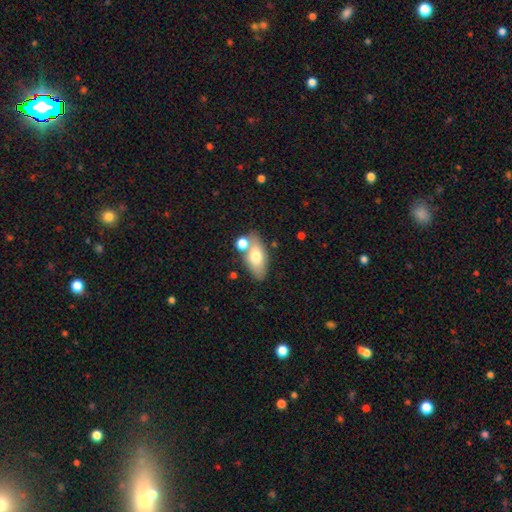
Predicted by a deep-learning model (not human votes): This appears to be a smooth galaxy with no disk features (70%) that is in between round and cigar-shaped (86%). Merging: none (62%).